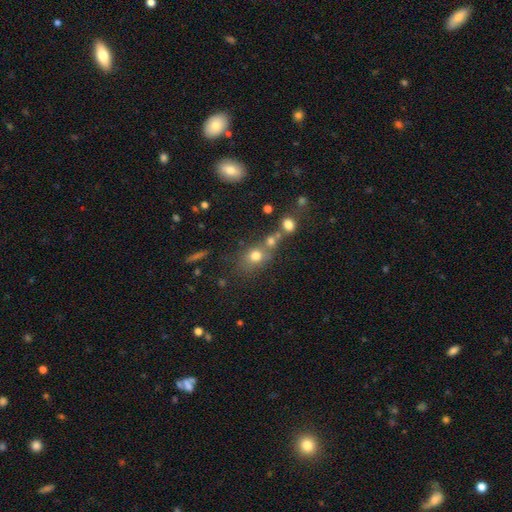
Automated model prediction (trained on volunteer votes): The model was most divided on "merging": none: 49%, merger: 31%, minor disturbance: 13%, major disturbance: 7%. More confident: smooth or featured — smooth (71%); how rounded — round (61%).